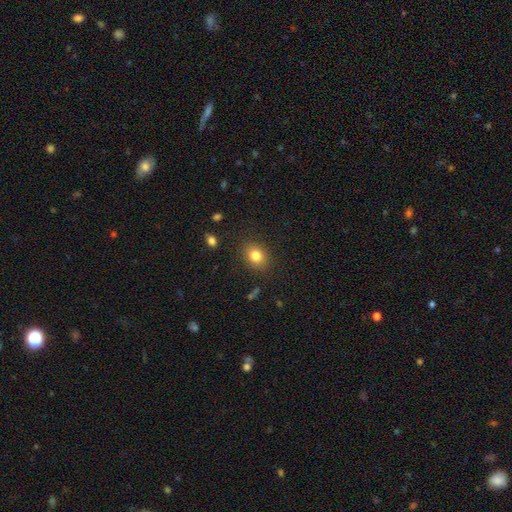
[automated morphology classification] Smooth or featured: smooth — 82% (star or artifact — 10%)
How rounded: round — 50% (in between — 49%)
Merging: none — 86% (minor disturbance — 9%)